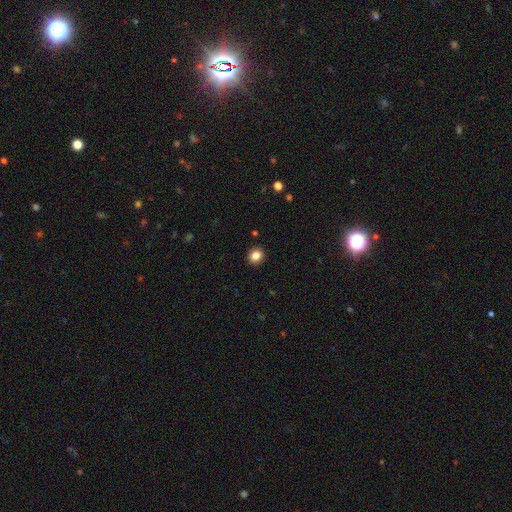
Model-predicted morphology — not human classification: A smooth galaxy with no disk features (84%) that is round (85%). Merging: none (92%).